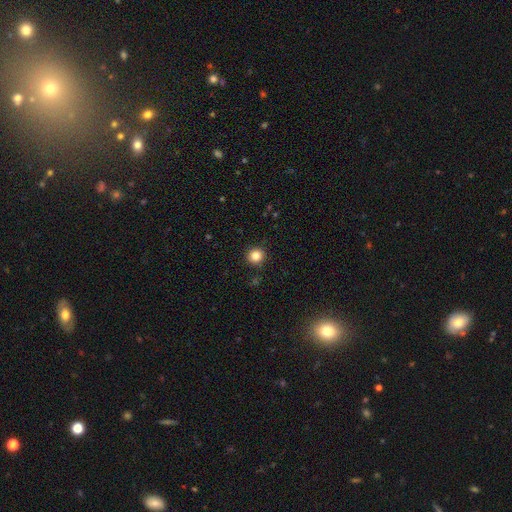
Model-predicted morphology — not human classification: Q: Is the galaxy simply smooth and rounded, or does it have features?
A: smooth — 83%.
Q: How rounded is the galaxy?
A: round — 92%.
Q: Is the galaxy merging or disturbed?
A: none — 92%.